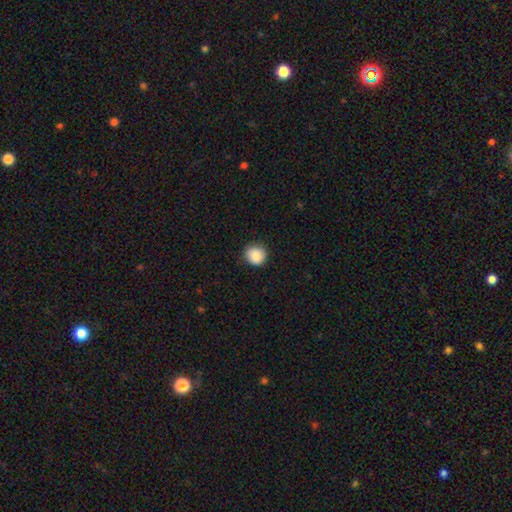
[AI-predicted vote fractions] This is clearly a smooth galaxy (89%). How rounded: clearly round (91%). Merging: clearly none (88%).